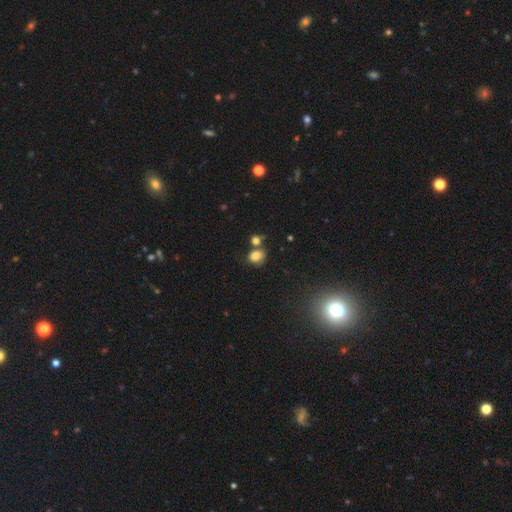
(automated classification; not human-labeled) Overall: smooth (80%). How rounded: round (56%; in between 43%). Merging: none (57%; merger 25%).